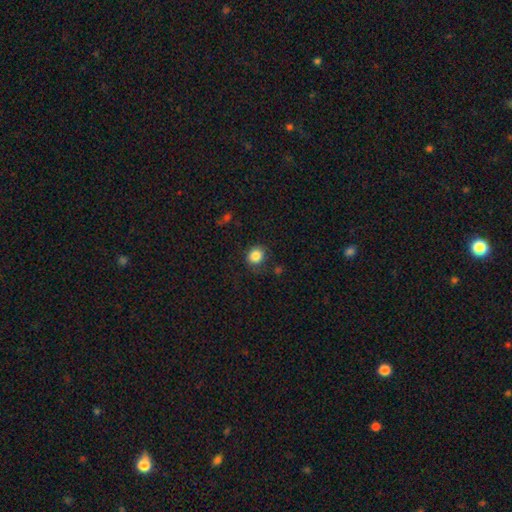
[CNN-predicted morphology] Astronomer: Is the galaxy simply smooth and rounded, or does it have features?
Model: smooth — 84%.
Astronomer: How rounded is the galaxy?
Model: round — 71%.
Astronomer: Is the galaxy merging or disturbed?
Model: none — 77%.